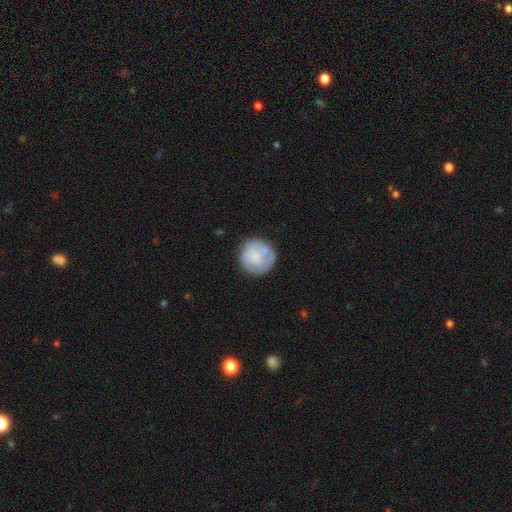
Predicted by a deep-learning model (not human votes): smooth_or_featured: smooth (p=0.67) [alt: featured or disk p=0.27]
how_rounded: round (p=0.93) [alt: in between p=0.06]
merging: none (p=0.67) [alt: minor disturbance p=0.19]